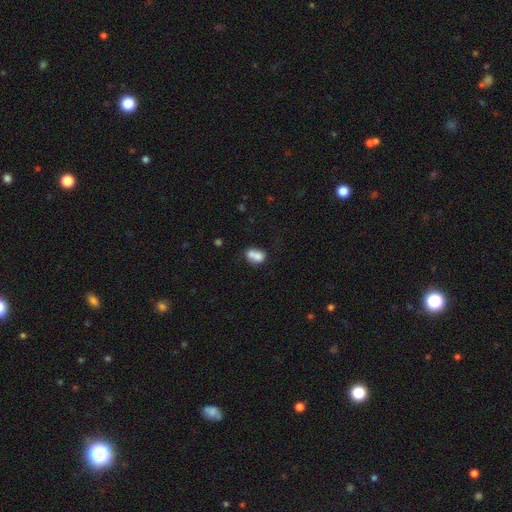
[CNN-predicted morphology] type=smooth (72%); roundness=in between (62%); merging=merger (60%).